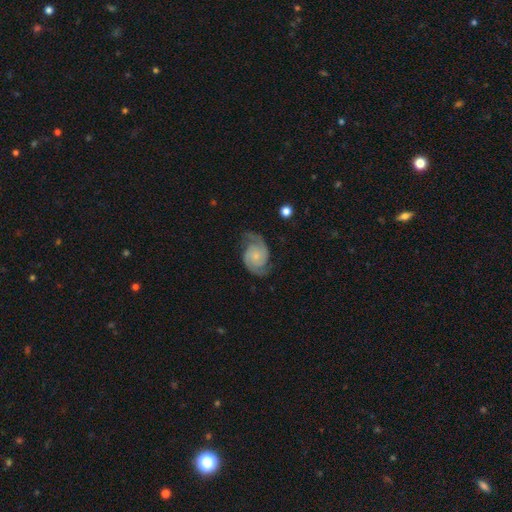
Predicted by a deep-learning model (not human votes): A featured or disk galaxy (88%) with no bar (73%), 2 (93%) medium (48%) spiral arms (98%) and a small central bulge (63%). Merging: none (76%).